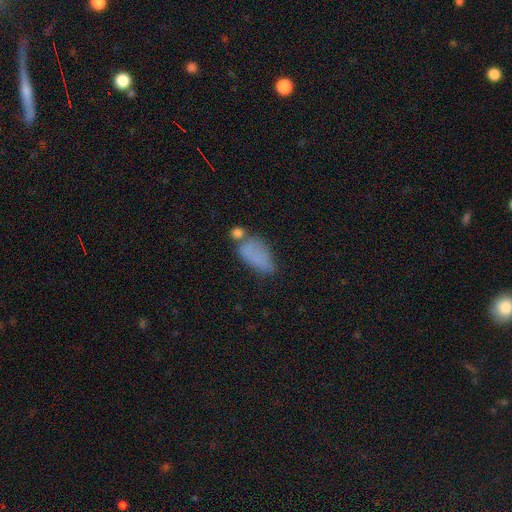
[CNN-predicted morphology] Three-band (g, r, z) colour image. It shows a smooth galaxy with no disk features (73%) that is in between round and cigar-shaped (88%). Merging: none (32%).